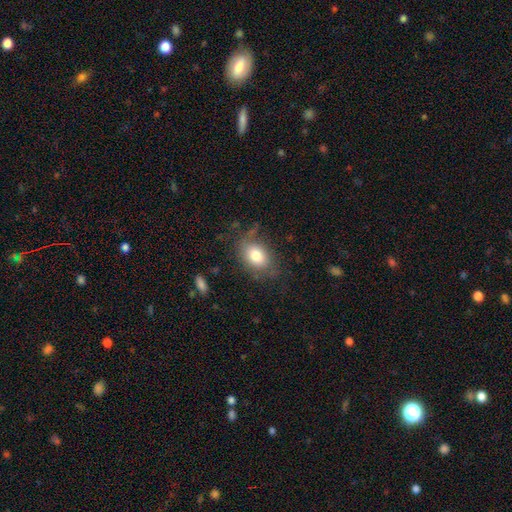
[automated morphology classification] Smooth or featured? Predicted: smooth (p=0.79). How rounded? Predicted: in between (p=0.75). Merging? Predicted: none (p=0.69).